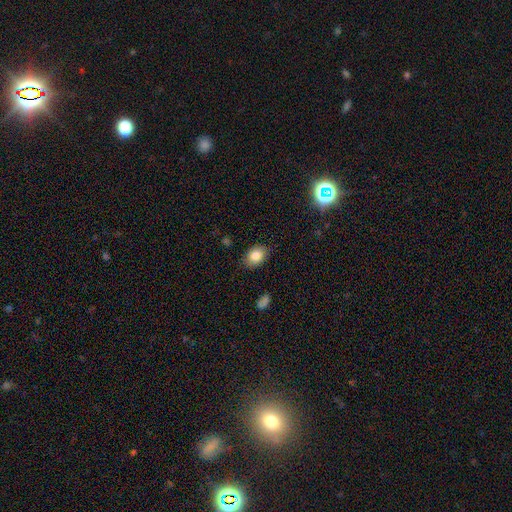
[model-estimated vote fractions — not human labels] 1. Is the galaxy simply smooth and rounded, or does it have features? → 83% smooth, 9% star or artifact, 8% featured or disk.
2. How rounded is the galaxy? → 75% in between, 24% round, 1% cigar-shaped.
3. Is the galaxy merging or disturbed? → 84% none, 12% minor disturbance, 3% major disturbance, 1% merger.